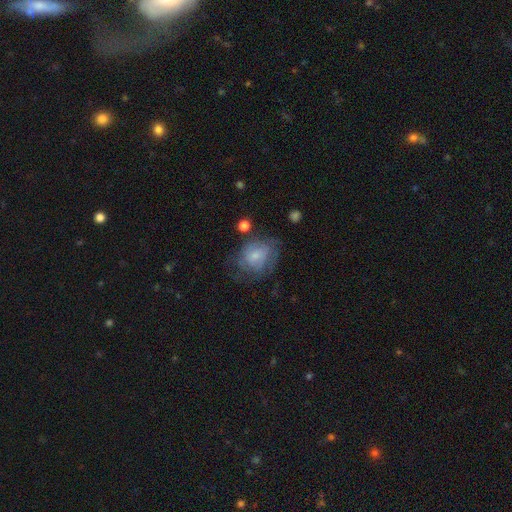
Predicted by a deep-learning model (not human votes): featured or disk 46%, smooth 45%, star or artifact 9%. Down the decision tree: merging — none (50%).